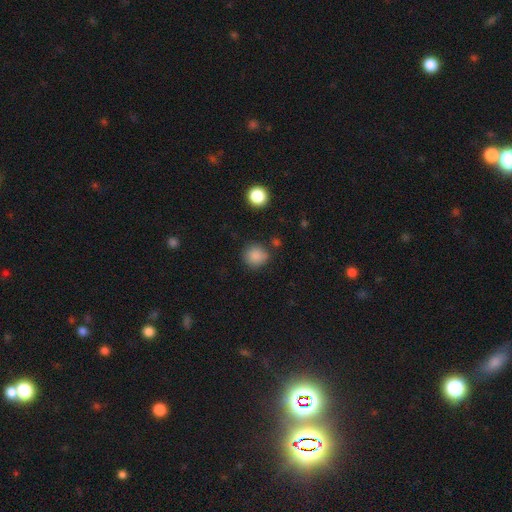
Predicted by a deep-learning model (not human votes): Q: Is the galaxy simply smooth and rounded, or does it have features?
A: smooth — 86%.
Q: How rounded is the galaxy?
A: round — 91%.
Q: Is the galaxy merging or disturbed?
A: none — 80%.